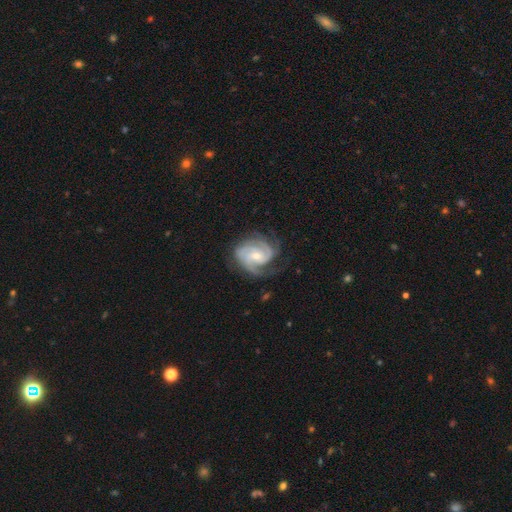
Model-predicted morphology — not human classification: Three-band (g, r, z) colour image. It shows a featured or disk galaxy (89%) with no bar (50%), 3 (41%) tight (57%) spiral arms (98%) and a small central bulge (50%). Merging: none (66%).